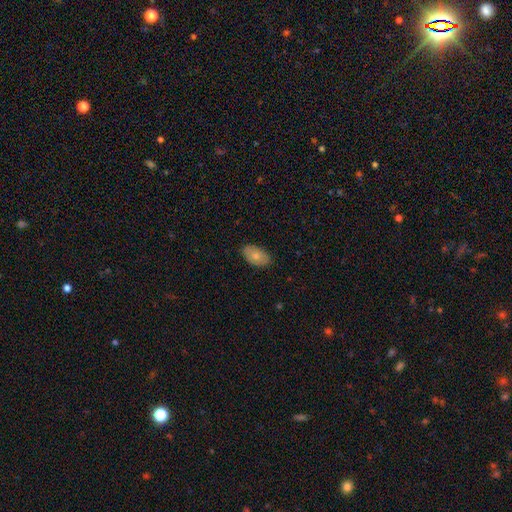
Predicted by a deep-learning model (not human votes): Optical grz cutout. It shows a smooth galaxy with no disk features (74%) that is in between round and cigar-shaped (93%). Merging: none (85%).